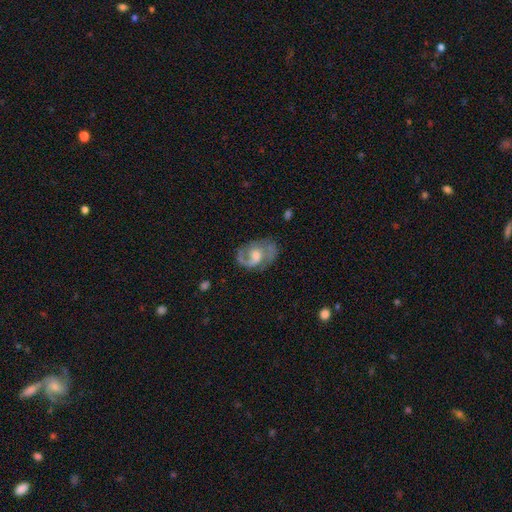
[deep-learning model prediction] Smooth or featured?
  - featured or disk: 79% *
  - smooth: 15%
  - star or artifact: 6%
Edge-on disk?
  - no: 97% *
  - yes: 3%
Bar?
  - no: 52% *
  - weak: 40%
  - strong: 8%
Spiral arms?
  - yes: 89% *
  - no: 11%
Spiral winding?
  - medium: 51% *
  - tight: 26%
  - loose: 23%
Spiral arm count?
  - 2: 71% *
  - 1: 11%
  - can't tell: 10%
  - 3: 4%
  - 4: 2%
  - more than 4: 1%
Bulge size?
  - moderate: 54% *
  - small: 21%
  - large: 17%
  - none: 7%
  - dominant: 2%
Merging?
  - none: 64% *
  - minor disturbance: 20%
  - major disturbance: 13%
  - merger: 2%